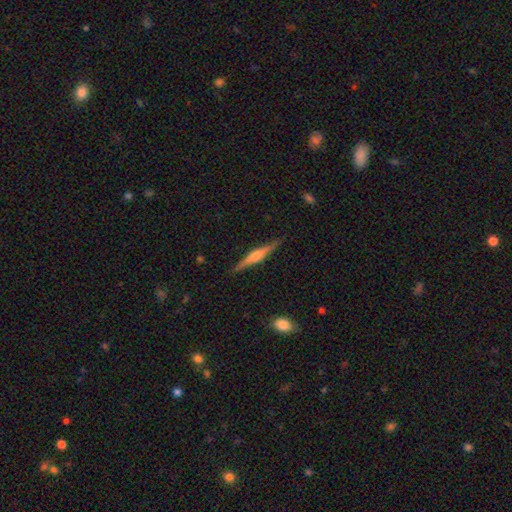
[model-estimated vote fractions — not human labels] Smooth or featured: featured or disk — 70% (smooth — 24%)
Edge-on disk: yes — 98% (no — 2%)
Edge-on bulge: rounded — 77% (boxy — 14%)
Merging: none — 89% (minor disturbance — 8%)